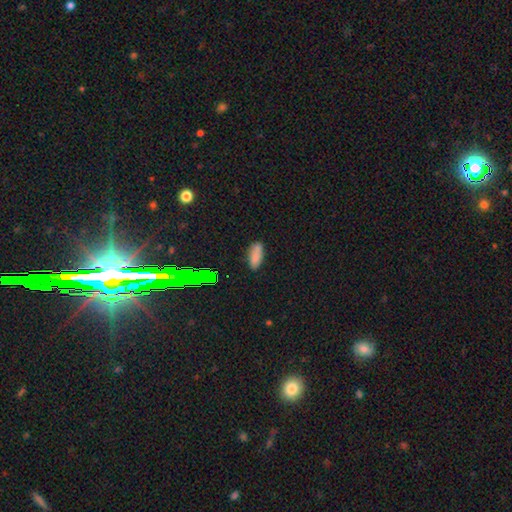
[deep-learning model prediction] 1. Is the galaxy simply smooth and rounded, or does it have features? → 81% smooth, 12% star or artifact, 7% featured or disk.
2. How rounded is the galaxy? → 81% in between, 17% cigar-shaped, 3% round.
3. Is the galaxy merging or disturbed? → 80% none, 15% minor disturbance, 3% major disturbance, 2% merger.